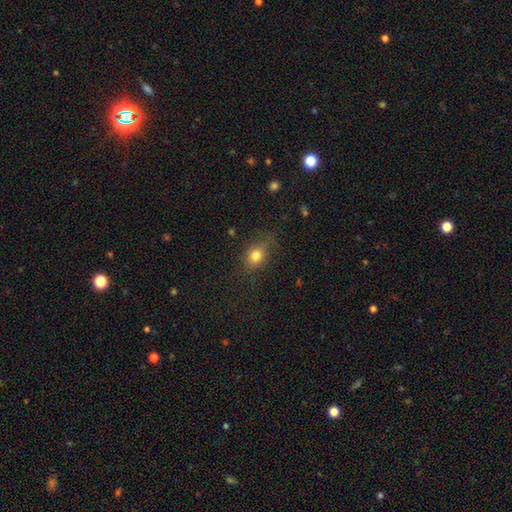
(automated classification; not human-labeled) This appears to be a smooth galaxy with no disk features (78%) that is in between round and cigar-shaped (51%). Merging: none (76%).